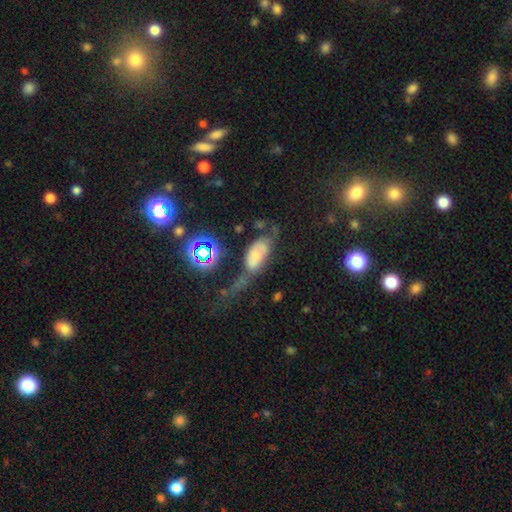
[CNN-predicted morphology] type=smooth (49%); merging=major disturbance (30%, tied with none).